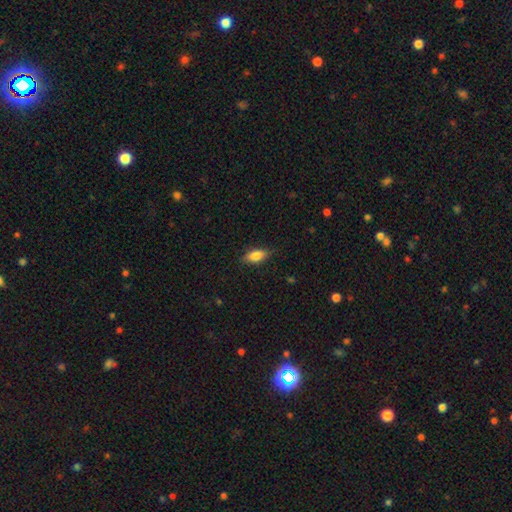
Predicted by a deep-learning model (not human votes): Morphology: type=smooth (81%); roundness=in between (82%); merging=none (80%).